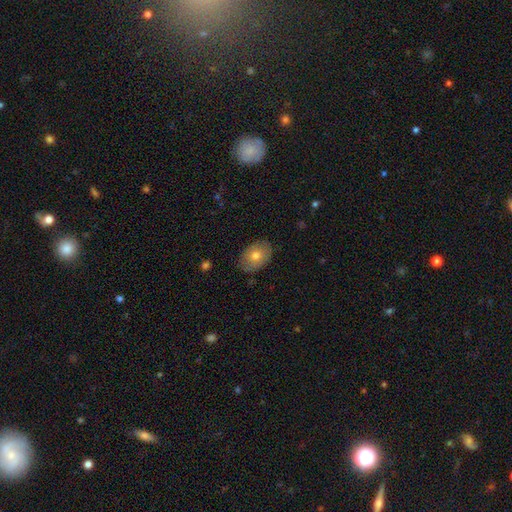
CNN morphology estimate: Smooth or featured?
  - smooth: 72% *
  - featured or disk: 21%
  - star or artifact: 7%
How rounded?
  - in between: 81% *
  - round: 18%
  - cigar-shaped: 1%
Merging?
  - none: 83% *
  - minor disturbance: 13%
  - major disturbance: 3%
  - merger: 1%